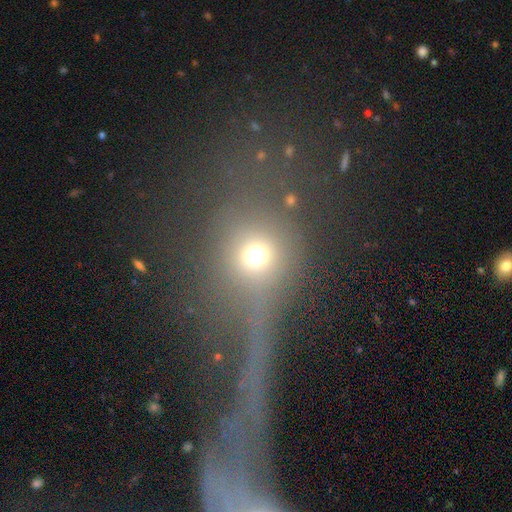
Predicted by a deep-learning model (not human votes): A smooth galaxy with no disk features (64%) that is round (81%).

Vote fractions:
- Smooth or featured? smooth: 64% / star or artifact: 22% / featured or disk: 14%
- How rounded? round: 81% / in between: 17% / cigar-shaped: 3%
- Merging? none: 46% / major disturbance: 20% / merger: 19% / minor disturbance: 14%